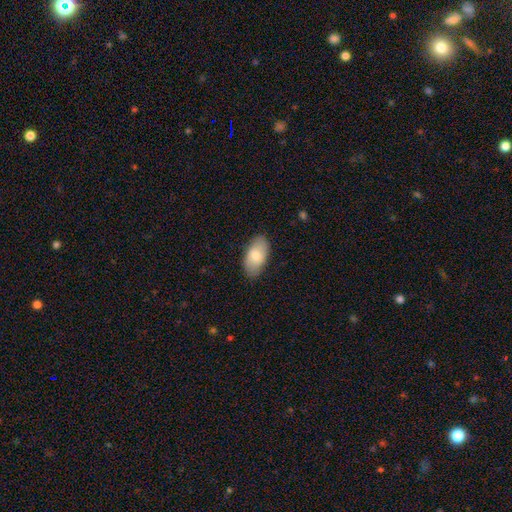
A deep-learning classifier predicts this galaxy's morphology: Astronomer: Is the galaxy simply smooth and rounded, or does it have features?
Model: smooth — 76%.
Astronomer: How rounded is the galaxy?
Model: in between — 94%.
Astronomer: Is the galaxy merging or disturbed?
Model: none — 84%.